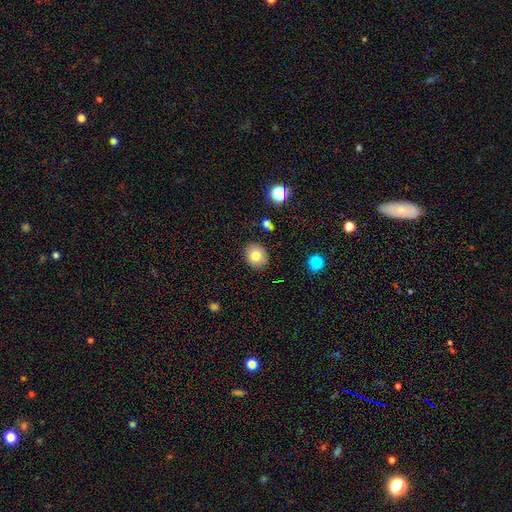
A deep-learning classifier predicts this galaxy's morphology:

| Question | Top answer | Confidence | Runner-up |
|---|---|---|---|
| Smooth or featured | smooth | 81% | star or artifact (10%) |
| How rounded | round | 76% | in between (23%) |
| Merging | none | 88% | minor disturbance (8%) |